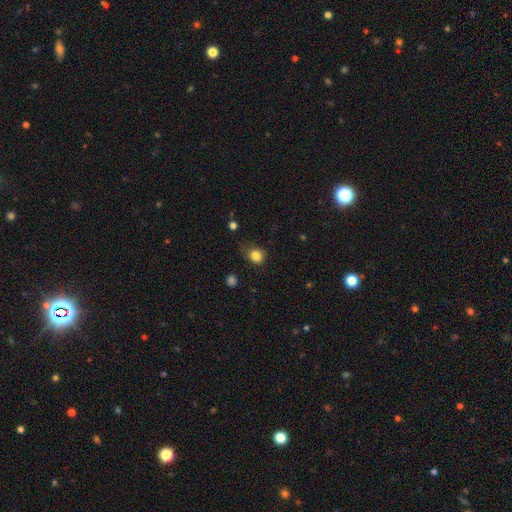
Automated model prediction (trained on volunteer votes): A smooth galaxy with no disk features (83%) that is round (69%). Merging: none (63%).